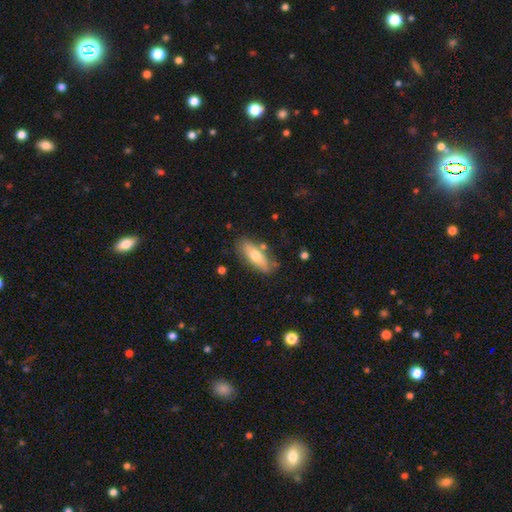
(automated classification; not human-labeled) A smooth galaxy with no disk features (61%) that is in between round and cigar-shaped (59%).

Vote fractions:
- Smooth or featured? smooth: 61% / featured or disk: 33% / star or artifact: 6%
- How rounded? in between: 59% / cigar-shaped: 39% / round: 3%
- Merging? none: 75% / minor disturbance: 16% / merger: 5% / major disturbance: 4%